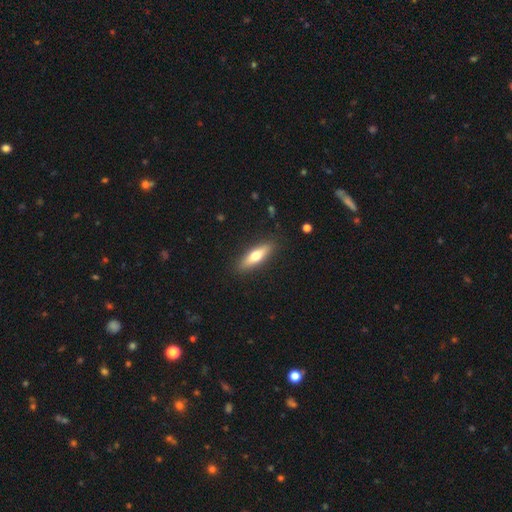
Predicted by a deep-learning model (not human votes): A smooth galaxy with no disk features (60%) that is cigar-shaped (63%). Merging: none (89%).